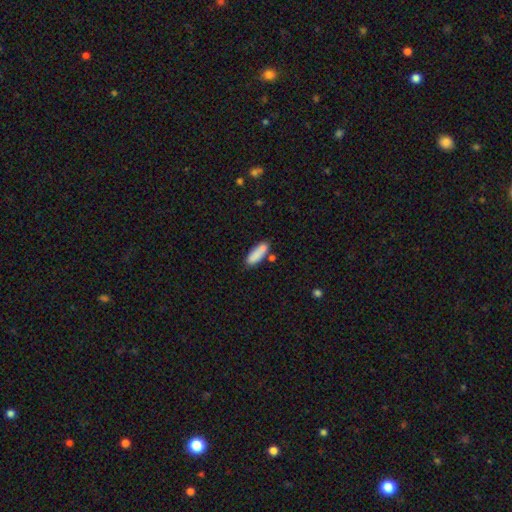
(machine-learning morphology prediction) smooth 86%, featured or disk 8%, star or artifact 7%. Down the decision tree: how rounded — in between (62%); merging — none (69%).